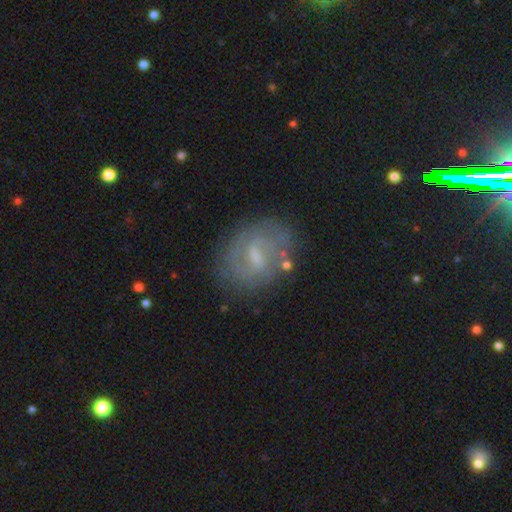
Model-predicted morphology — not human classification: smooth_or_featured: featured or disk (p=0.73) [alt: smooth p=0.18]
disk_edge_on: no (p=0.96) [alt: yes p=0.04]
bar: weak (p=0.60) [alt: strong p=0.25]
has_spiral_arms: yes (p=0.82) [alt: no p=0.18]
spiral_winding: medium (p=0.44) [alt: tight p=0.35]
spiral_arm_count: 2 (p=0.70) [alt: can't tell p=0.19]
bulge_size: small (p=0.45) [alt: moderate p=0.31]
merging: none (p=0.74) [alt: minor disturbance p=0.16]